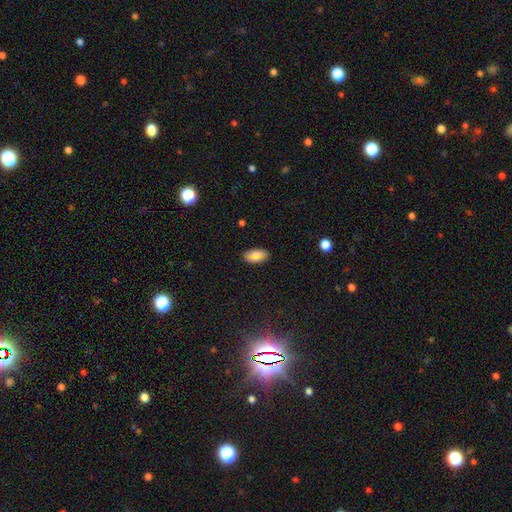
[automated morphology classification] Smooth or featured: smooth — 80% (featured or disk — 12%)
How rounded: in between — 94% (round — 3%)
Merging: none — 85% (minor disturbance — 12%)